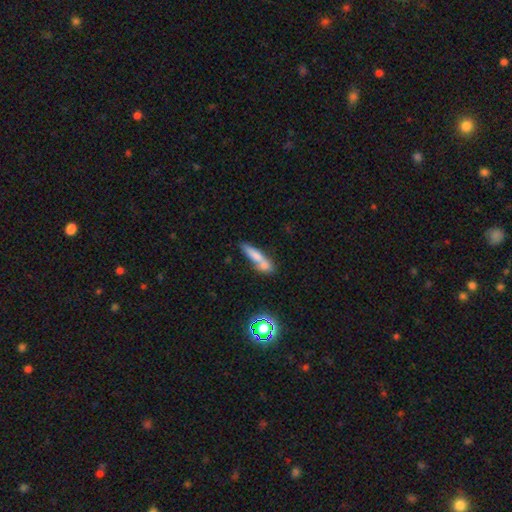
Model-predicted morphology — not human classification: Smooth or featured? smooth (68%)
How rounded? cigar-shaped (71%)
Merging? merger (44%)